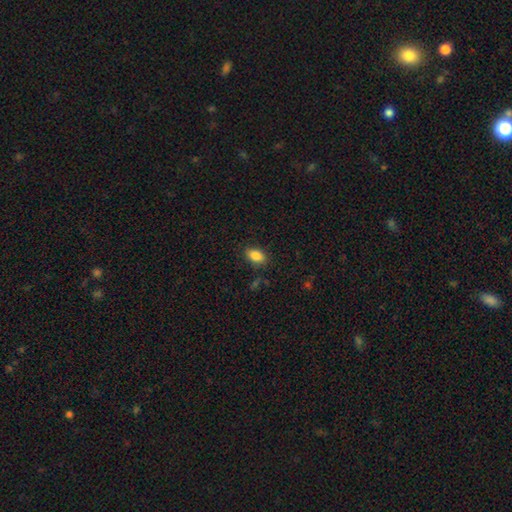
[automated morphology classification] smooth-or-featured: smooth: 86% | star or artifact: 9% | featured or disk: 6%
  how-rounded: in between: 87% | round: 11% | cigar-shaped: 2%
  merging: none: 85% | minor disturbance: 10% | major disturbance: 3% | merger: 2%